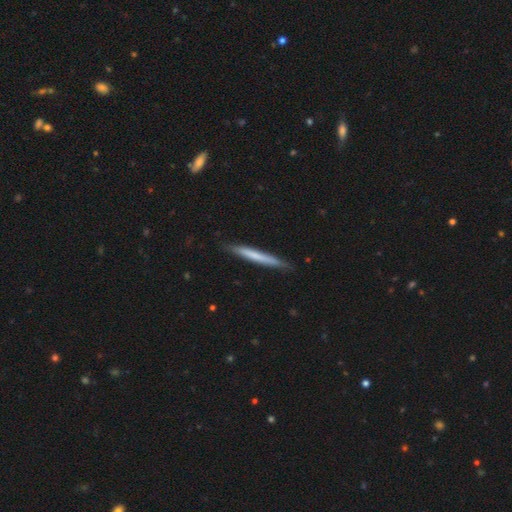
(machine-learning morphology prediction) Smooth or featured? Predicted: smooth (p=0.63). How rounded? Predicted: cigar-shaped (p=0.96). Merging? Predicted: none (p=0.87).